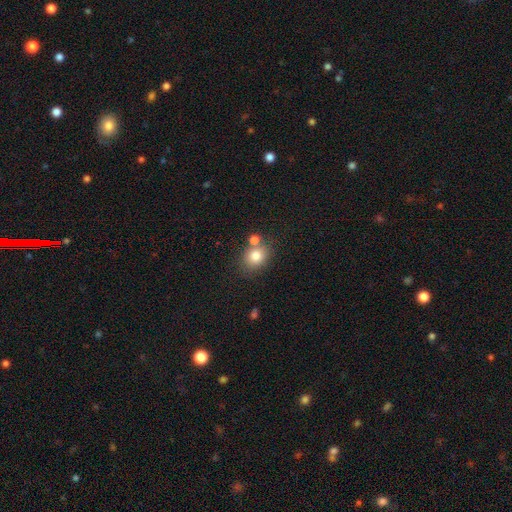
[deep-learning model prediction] Smooth or featured: smooth — 80% (star or artifact — 12%)
How rounded: round — 63% (in between — 36%)
Merging: none — 67% (merger — 18%)